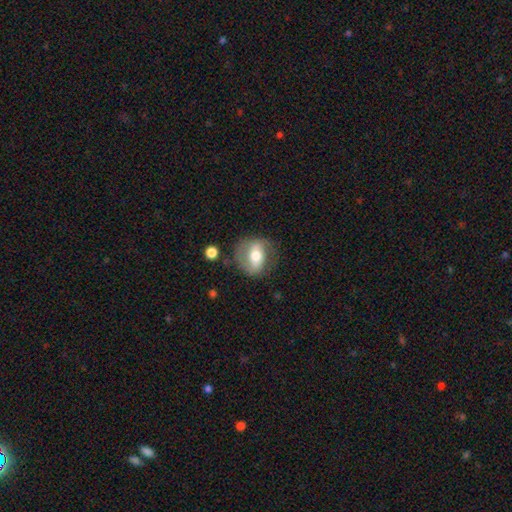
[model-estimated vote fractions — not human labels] Smooth or featured? featured or disk (54%)
Edge-on disk? no (91%)
Merging? none (70%)